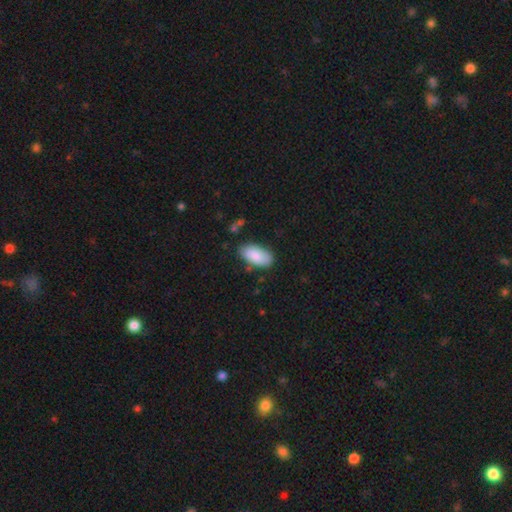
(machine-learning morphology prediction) smooth-or-featured: smooth: 87% | featured or disk: 7% | star or artifact: 6%
  how-rounded: in between: 94% | cigar-shaped: 4% | round: 2%
  merging: none: 78% | minor disturbance: 16% | major disturbance: 3% | merger: 3%